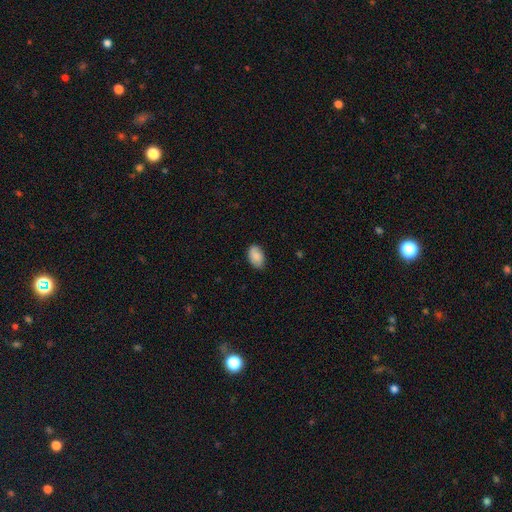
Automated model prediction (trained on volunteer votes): Q: Smooth or featured?
A: smooth (87%); runner-up: star or artifact (7%)
Q: How rounded?
A: in between (92%); runner-up: round (7%)
Q: Merging?
A: none (81%); runner-up: minor disturbance (15%)